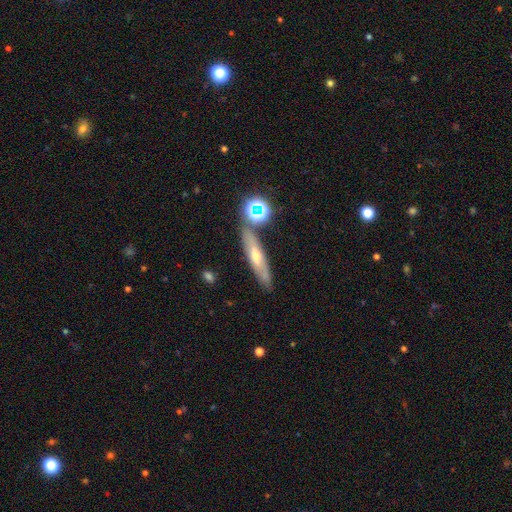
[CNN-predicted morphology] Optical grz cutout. It shows a featured or disk galaxy (53%) viewed edge-on (65%). Merging: none (79%).